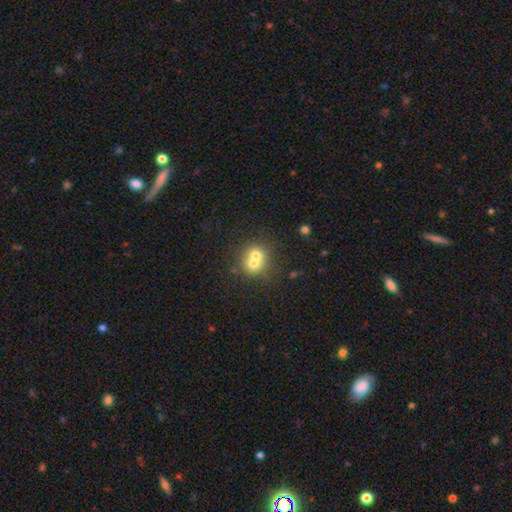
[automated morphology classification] Smooth or featured? Predicted: smooth (p=0.65). How rounded? Predicted: round (p=0.81). Merging? Predicted: merger (p=0.64).